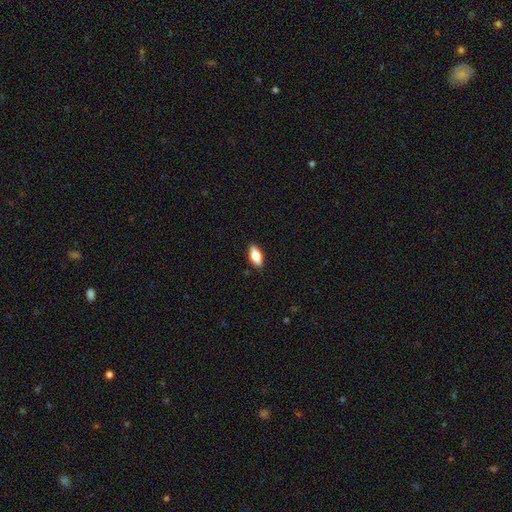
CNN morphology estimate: This appears to be a smooth galaxy with no disk features (76%) that is in between round and cigar-shaped (84%). Merging: none (88%).